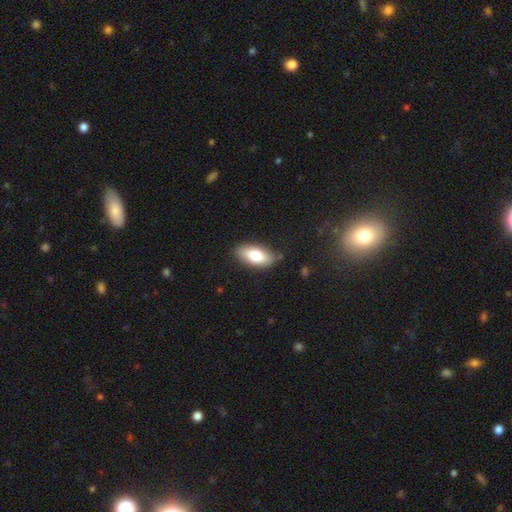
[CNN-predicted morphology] smooth 77%, featured or disk 17%, star or artifact 7%. Down the decision tree: how rounded — in between (88%); merging — none (83%).